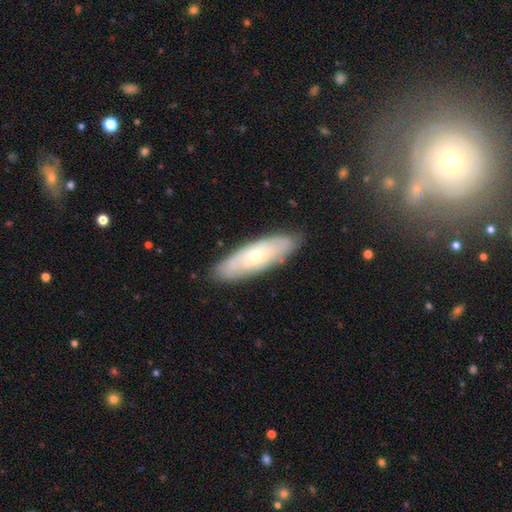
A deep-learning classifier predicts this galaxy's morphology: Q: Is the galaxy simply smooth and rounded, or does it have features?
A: featured or disk — 53%.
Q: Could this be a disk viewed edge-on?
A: no — 73%.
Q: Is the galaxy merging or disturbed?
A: none — 84%.